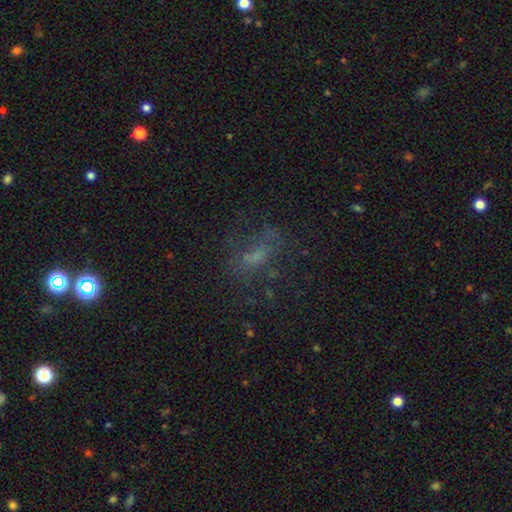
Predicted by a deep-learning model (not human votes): smooth 41%, featured or disk 34%, star or artifact 26%. Down the decision tree: merging — none (56%).